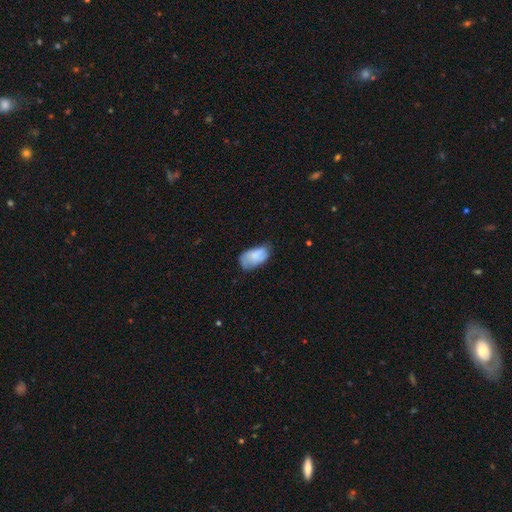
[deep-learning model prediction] Smooth or featured?
  - smooth: 76% *
  - featured or disk: 17%
  - star or artifact: 7%
How rounded?
  - in between: 94% *
  - round: 4%
  - cigar-shaped: 2%
Merging?
  - none: 48% *
  - minor disturbance: 38%
  - major disturbance: 12%
  - merger: 2%